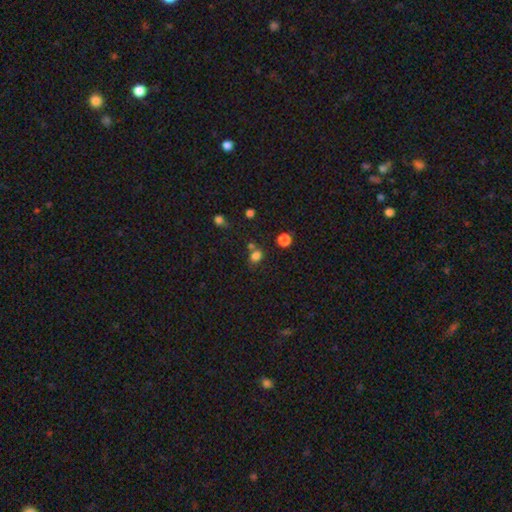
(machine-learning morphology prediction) Smooth or featured?
  - smooth: 79% *
  - star or artifact: 15%
  - featured or disk: 6%
How rounded?
  - round: 52% *
  - in between: 46%
  - cigar-shaped: 1%
Merging?
  - none: 60% *
  - merger: 21%
  - minor disturbance: 14%
  - major disturbance: 5%